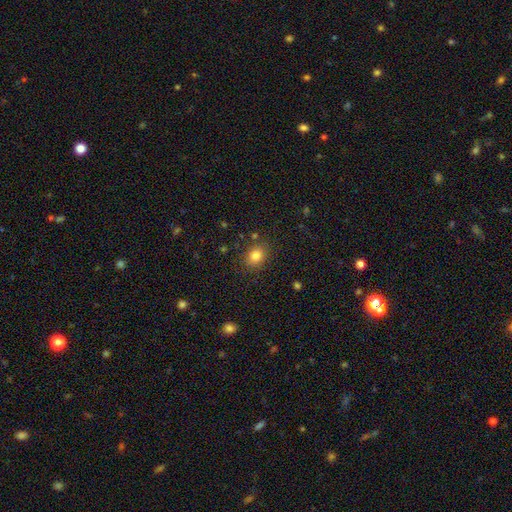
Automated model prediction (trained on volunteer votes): Smooth or featured?
  - smooth: 82% *
  - star or artifact: 11%
  - featured or disk: 7%
How rounded?
  - in between: 53% *
  - round: 46%
  - cigar-shaped: 1%
Merging?
  - none: 83% *
  - minor disturbance: 11%
  - major disturbance: 3%
  - merger: 3%